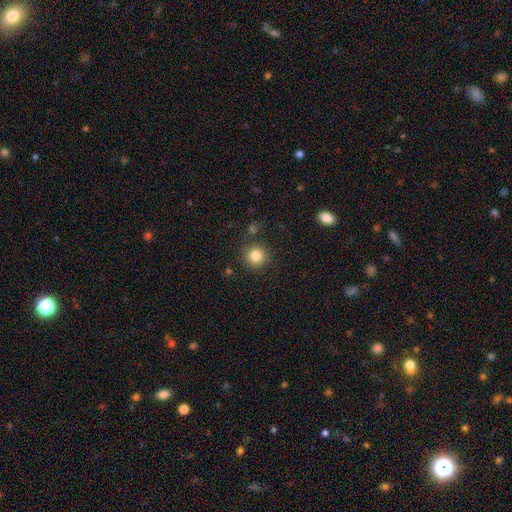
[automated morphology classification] smooth_or_featured: smooth (p=0.84) [alt: star or artifact p=0.11]
how_rounded: round (p=0.93) [alt: in between p=0.06]
merging: none (p=0.87) [alt: minor disturbance p=0.08]